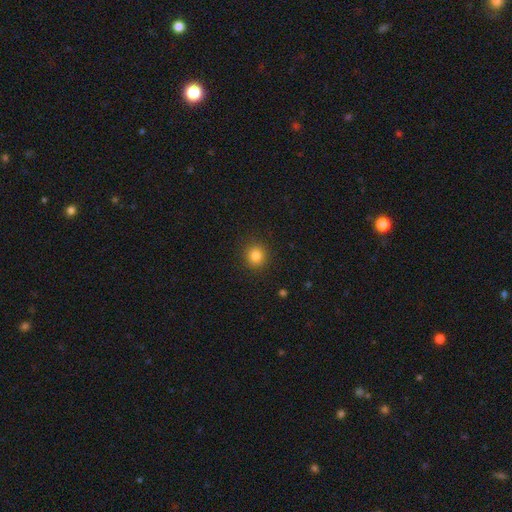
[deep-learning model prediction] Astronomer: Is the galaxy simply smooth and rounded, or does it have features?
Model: smooth — 83%.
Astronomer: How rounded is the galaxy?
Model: round — 88%.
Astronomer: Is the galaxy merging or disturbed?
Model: none — 91%.